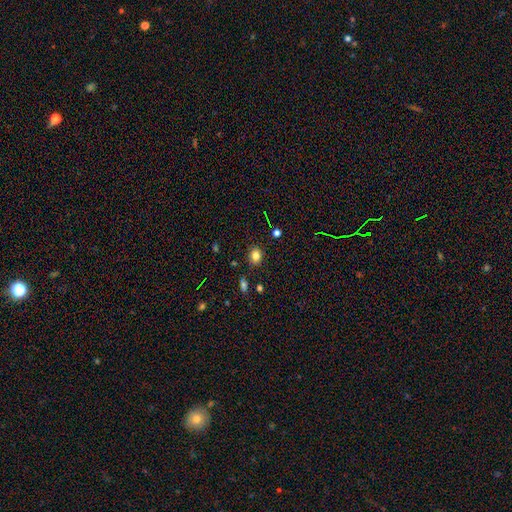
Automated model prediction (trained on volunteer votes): Morphology: type=smooth (80%); roundness=round (55%); merging=none (86%).